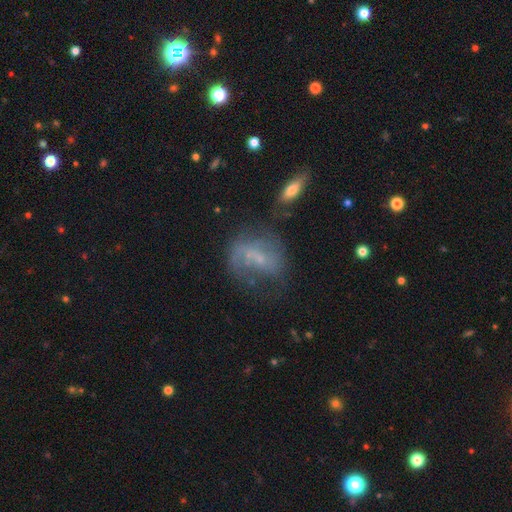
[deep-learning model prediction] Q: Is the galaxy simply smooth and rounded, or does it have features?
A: featured or disk — 57%.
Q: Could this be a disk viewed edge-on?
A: no — 95%.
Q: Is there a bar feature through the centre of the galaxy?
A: no — 47%.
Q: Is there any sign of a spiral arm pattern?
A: yes — 65%.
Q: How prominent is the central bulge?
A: small — 65%.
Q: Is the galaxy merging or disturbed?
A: none — 45%.